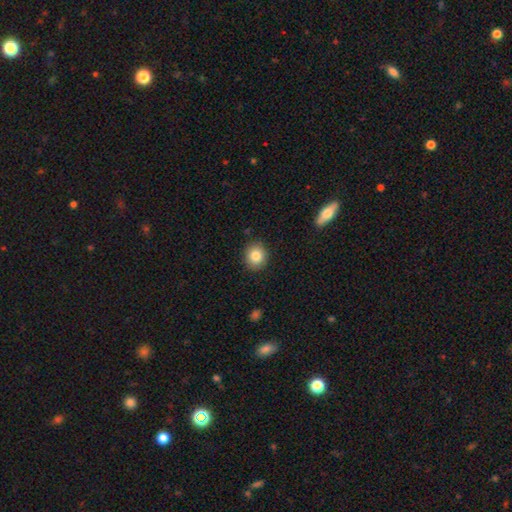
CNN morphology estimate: Smooth or featured?
  - smooth: 84% *
  - star or artifact: 9%
  - featured or disk: 7%
How rounded?
  - round: 80% *
  - in between: 19%
  - cigar-shaped: 1%
Merging?
  - none: 90% *
  - minor disturbance: 7%
  - major disturbance: 2%
  - merger: 1%